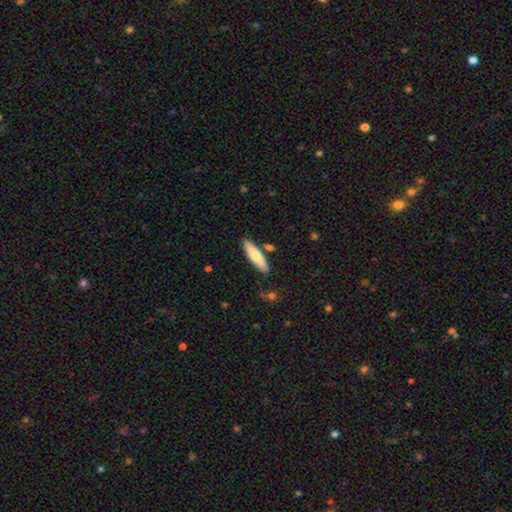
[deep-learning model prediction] Smooth or featured? smooth (69%)
How rounded? cigar-shaped (73%)
Merging? none (84%)